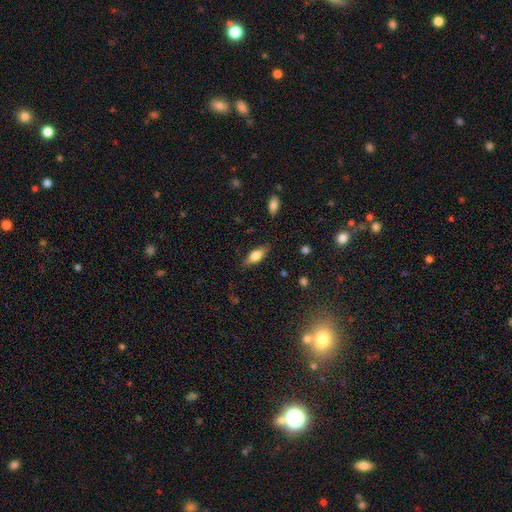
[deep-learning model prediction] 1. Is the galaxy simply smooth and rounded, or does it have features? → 65% smooth, 28% featured or disk, 7% star or artifact.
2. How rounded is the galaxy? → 72% in between, 25% cigar-shaped, 3% round.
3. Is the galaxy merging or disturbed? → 82% none, 14% minor disturbance, 3% major disturbance, 1% merger.